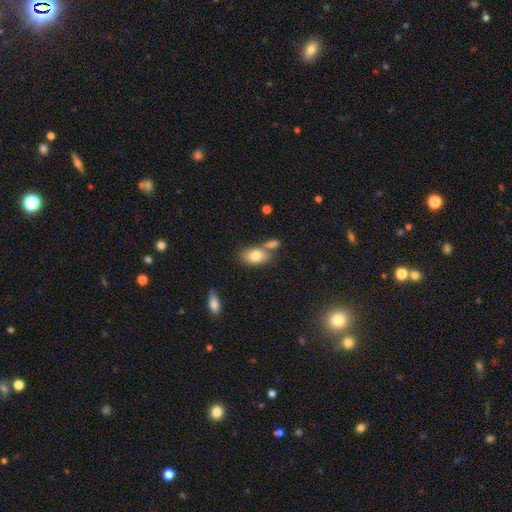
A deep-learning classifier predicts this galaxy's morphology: smooth-or-featured: smooth: 80% | featured or disk: 13% | star or artifact: 7%
  how-rounded: in between: 89% | round: 9% | cigar-shaped: 2%
  merging: none: 52% | merger: 29% | minor disturbance: 15% | major disturbance: 5%